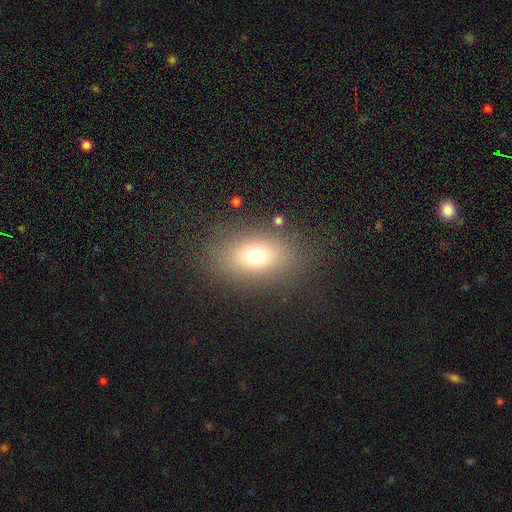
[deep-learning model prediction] This is likely a smooth galaxy (71%). How rounded: likely in between (72%). Merging: clearly none (82%).